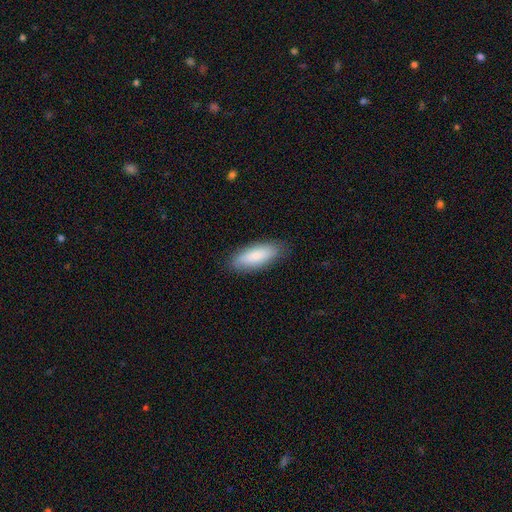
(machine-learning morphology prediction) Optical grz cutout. It shows a smooth galaxy with no disk features (83%) that is in between round and cigar-shaped (71%). Merging: none (85%).